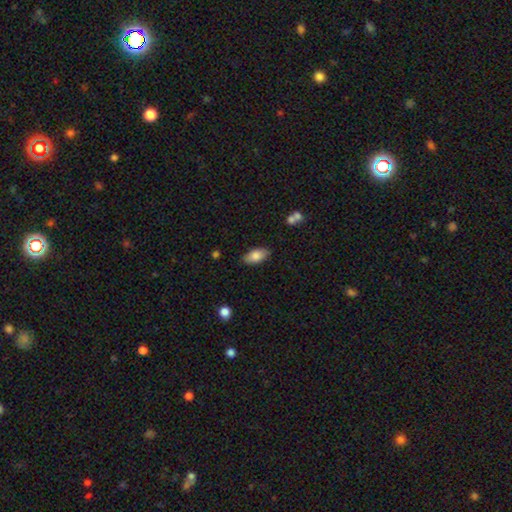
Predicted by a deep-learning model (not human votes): Smooth or featured?
  - smooth: 82% *
  - featured or disk: 11%
  - star or artifact: 7%
How rounded?
  - in between: 93% *
  - cigar-shaped: 4%
  - round: 3%
Merging?
  - none: 85% *
  - minor disturbance: 11%
  - major disturbance: 2%
  - merger: 2%